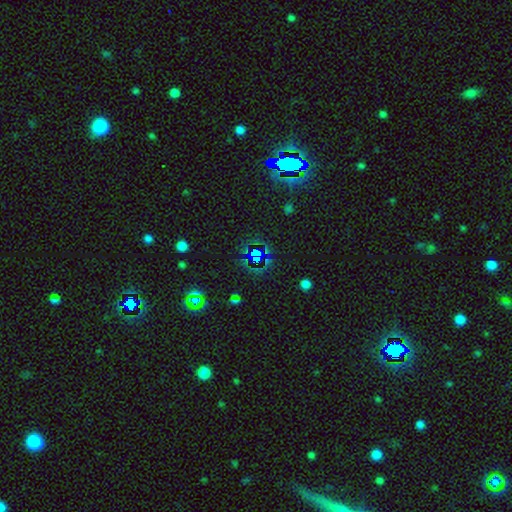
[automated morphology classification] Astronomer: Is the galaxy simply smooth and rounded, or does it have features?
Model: star or artifact — 72%.